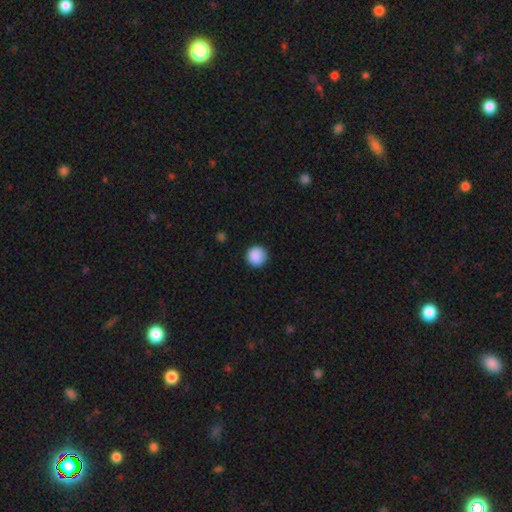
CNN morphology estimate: A smooth galaxy with no disk features (89%) that is round (95%).

Vote fractions:
- Smooth or featured? smooth: 89% / star or artifact: 8% / featured or disk: 3%
- How rounded? round: 95% / in between: 4% / cigar-shaped: 1%
- Merging? none: 89% / minor disturbance: 8% / major disturbance: 2% / merger: 1%